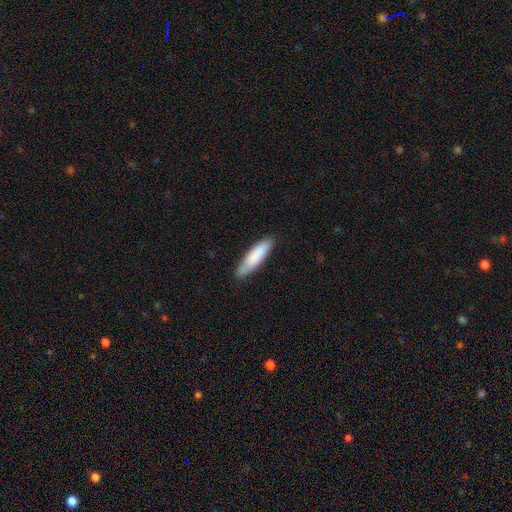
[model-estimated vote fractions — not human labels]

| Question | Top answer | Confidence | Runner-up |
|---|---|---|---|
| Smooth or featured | smooth | 84% | featured or disk (11%) |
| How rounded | cigar-shaped | 69% | in between (30%) |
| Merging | none | 83% | minor disturbance (14%) |